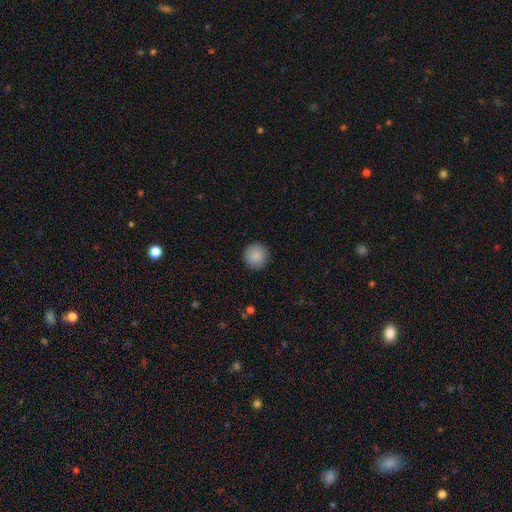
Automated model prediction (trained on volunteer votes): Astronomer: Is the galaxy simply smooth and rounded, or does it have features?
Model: smooth — 89%.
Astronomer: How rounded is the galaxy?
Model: round — 95%.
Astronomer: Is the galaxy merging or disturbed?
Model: none — 92%.